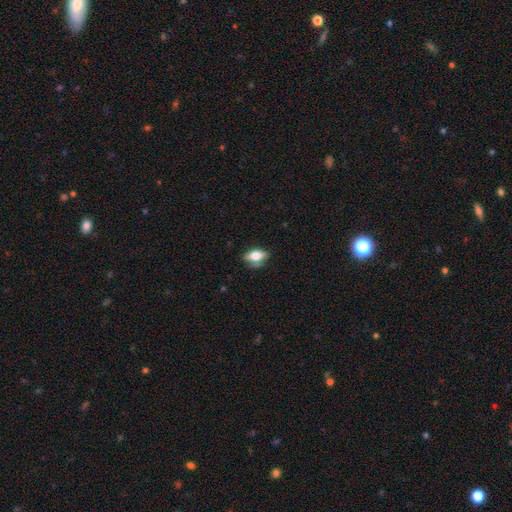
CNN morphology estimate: smooth-or-featured: smooth: 71% | featured or disk: 21% | star or artifact: 8%
  how-rounded: in between: 84% | round: 9% | cigar-shaped: 7%
  merging: none: 56% | minor disturbance: 30% | major disturbance: 10% | merger: 5%